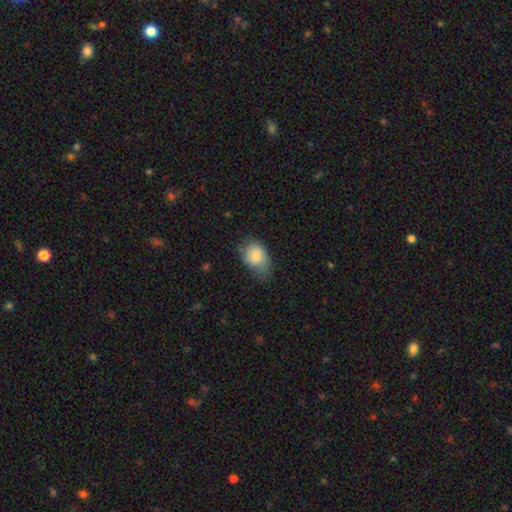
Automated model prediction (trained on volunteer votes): This is likely a smooth galaxy (79%). How rounded: likely in between (77%). Merging: possibly none (46%).